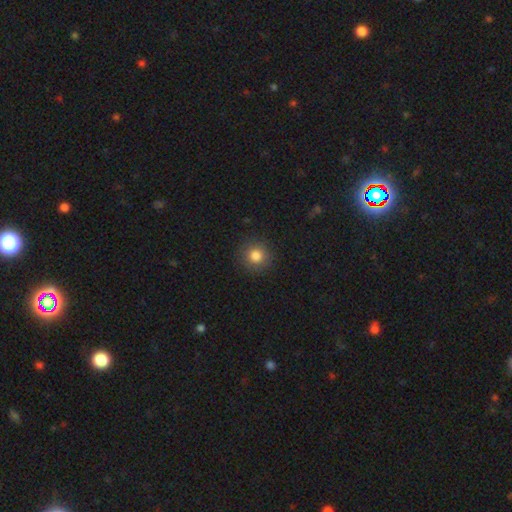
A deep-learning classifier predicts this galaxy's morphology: The model was most divided on "smooth or featured": smooth: 83%, star or artifact: 11%, featured or disk: 6%. More confident: how rounded — round (93%); merging — none (90%).